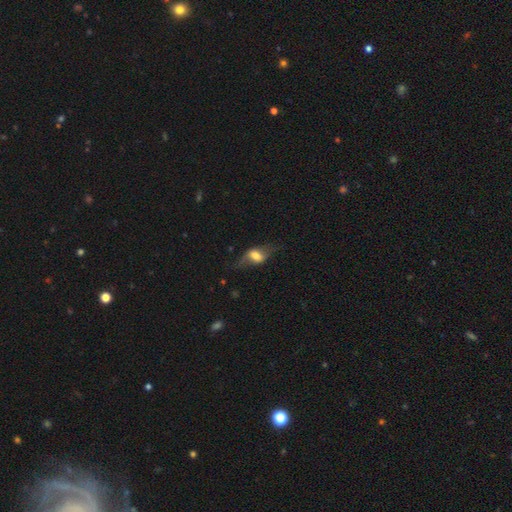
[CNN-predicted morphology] The model was most divided on "smooth or featured": featured or disk: 50%, smooth: 42%, star or artifact: 8%. More confident: merging — none (57%).